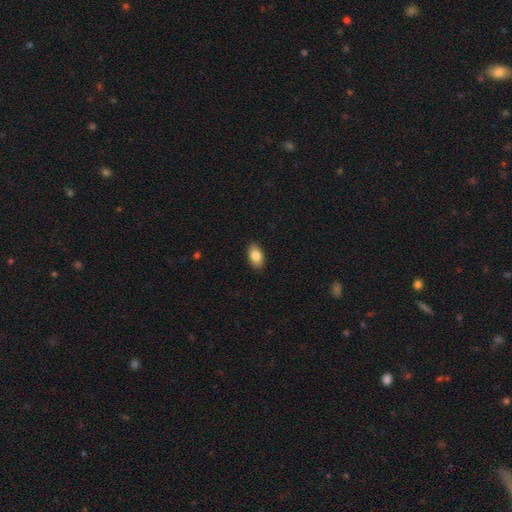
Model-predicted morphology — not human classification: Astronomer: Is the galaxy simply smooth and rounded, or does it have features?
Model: smooth — 84%.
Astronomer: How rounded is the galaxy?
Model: in between — 92%.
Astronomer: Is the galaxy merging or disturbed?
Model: none — 89%.